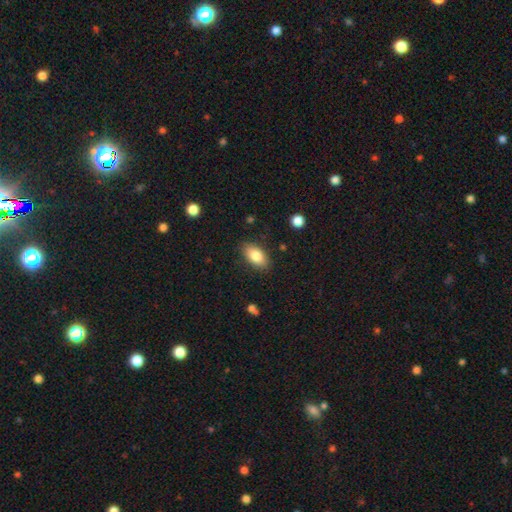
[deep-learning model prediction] smooth 83%, featured or disk 10%, star or artifact 7%. Down the decision tree: how rounded — in between (92%); merging — none (86%).